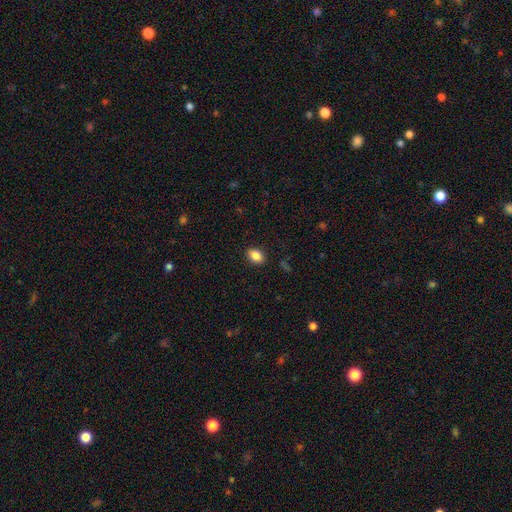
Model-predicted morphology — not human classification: A smooth galaxy with no disk features (86%) that is in between round and cigar-shaped (84%).

Vote fractions:
- Smooth or featured? smooth: 86% / star or artifact: 9% / featured or disk: 5%
- How rounded? in between: 84% / round: 14% / cigar-shaped: 2%
- Merging? none: 88% / minor disturbance: 9% / major disturbance: 2% / merger: 1%